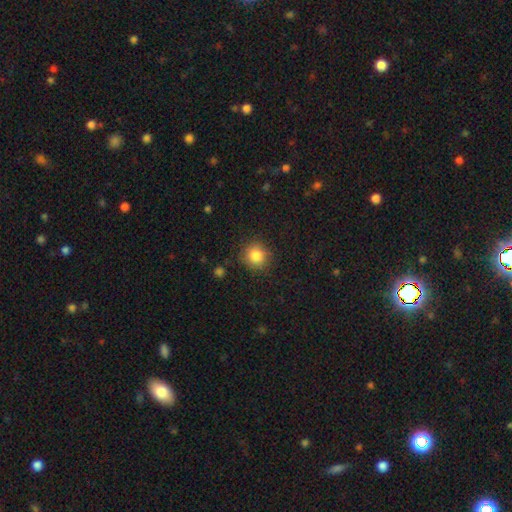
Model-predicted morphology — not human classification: Smooth or featured? smooth (83%)
How rounded? round (89%)
Merging? none (84%)